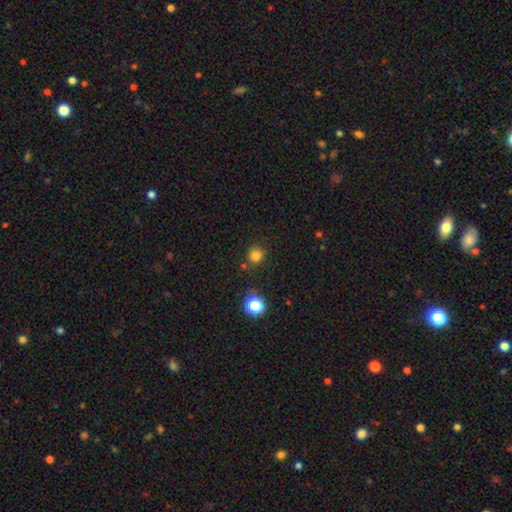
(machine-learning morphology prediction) Overall: smooth (80%). How rounded: round (89%). Merging: none (81%).